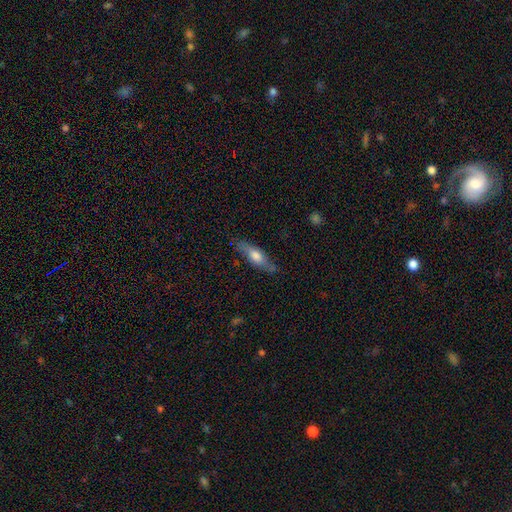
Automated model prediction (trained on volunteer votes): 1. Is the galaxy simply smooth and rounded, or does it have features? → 55% smooth, 39% featured or disk, 6% star or artifact.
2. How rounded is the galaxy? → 60% cigar-shaped, 38% in between, 2% round.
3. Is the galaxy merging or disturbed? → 79% none, 16% minor disturbance, 3% major disturbance, 2% merger.